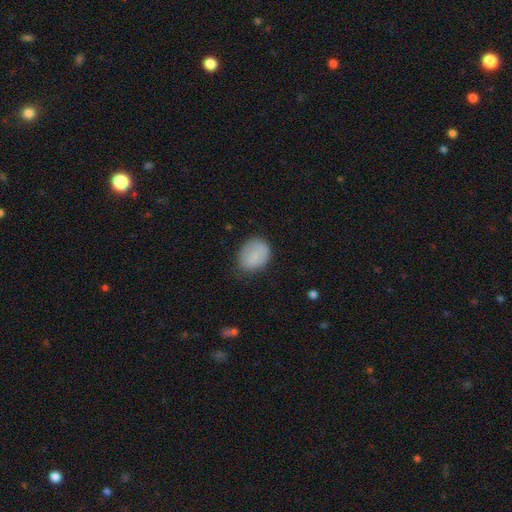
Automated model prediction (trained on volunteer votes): smooth_or_featured: smooth (p=0.82) [alt: featured or disk p=0.11]
how_rounded: in between (p=0.56) [alt: round p=0.43]
merging: none (p=0.68) [alt: minor disturbance p=0.24]